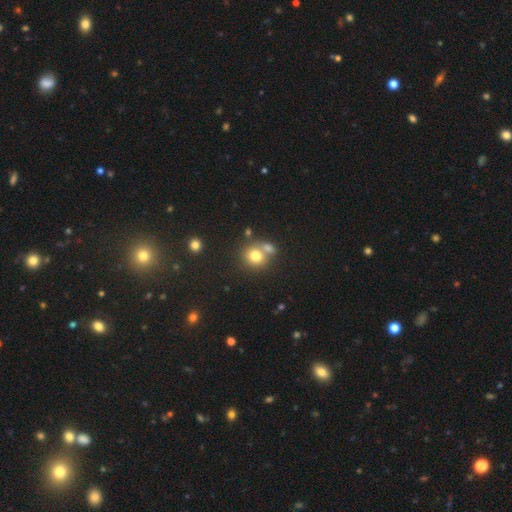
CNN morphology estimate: type=smooth (76%); roundness=round (83%); merging=none (51%).